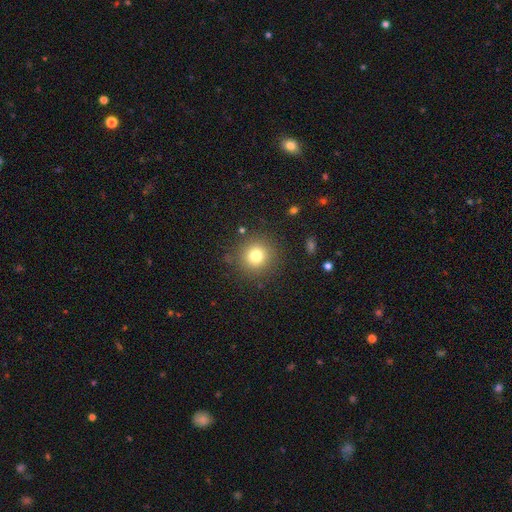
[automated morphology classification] smooth_or_featured: smooth (p=0.77) [alt: star or artifact p=0.13]
how_rounded: round (p=0.94) [alt: in between p=0.05]
merging: none (p=0.87) [alt: minor disturbance p=0.07]